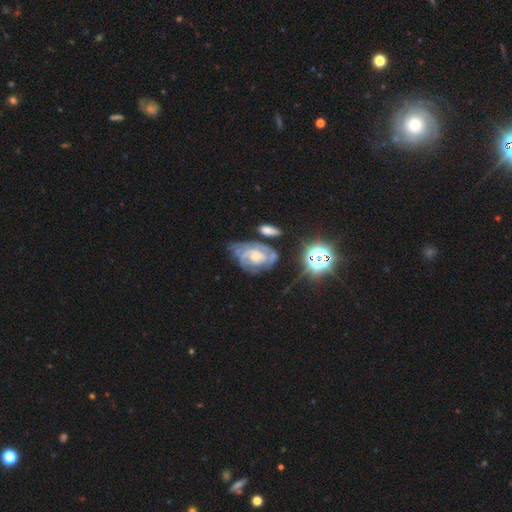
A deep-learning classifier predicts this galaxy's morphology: Overall: featured or disk (79%). Edge-on disk: no (96%). Bar: no (67%). Spiral arms: yes (91%). Spiral arm count: can't tell (36%; 2 31%). Spiral winding: tight (59%; medium 33%). Bulge size: small (55%; moderate 38%). Merging: none (46%; minor disturbance 27%).